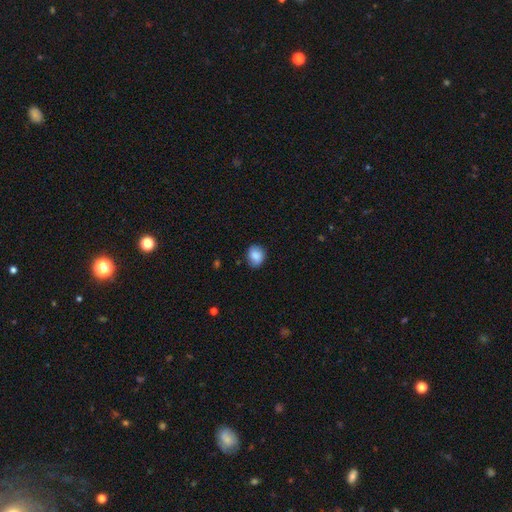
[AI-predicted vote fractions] Smooth or featured: smooth — 85% (star or artifact — 8%)
How rounded: round — 61% (in between — 39%)
Merging: none — 79% (minor disturbance — 17%)